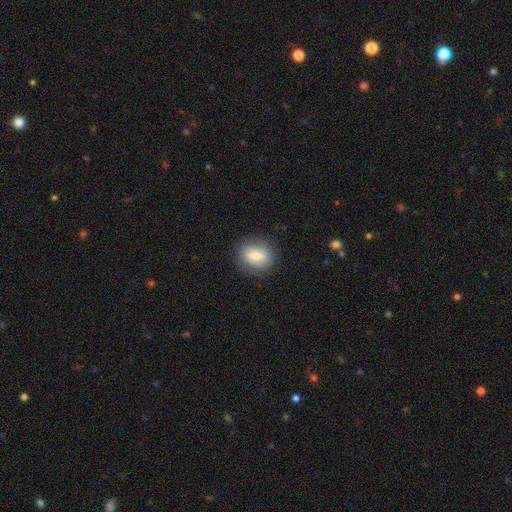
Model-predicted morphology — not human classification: smooth_or_featured: smooth (p=0.66) [alt: featured or disk p=0.26]
how_rounded: round (p=0.55) [alt: in between p=0.43]
merging: none (p=0.82) [alt: minor disturbance p=0.13]